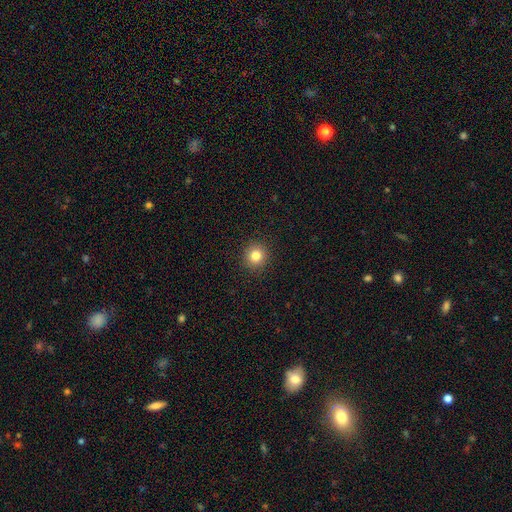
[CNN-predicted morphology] Smooth or featured: smooth — 82% (star or artifact — 12%)
How rounded: round — 93% (in between — 6%)
Merging: none — 92% (minor disturbance — 5%)